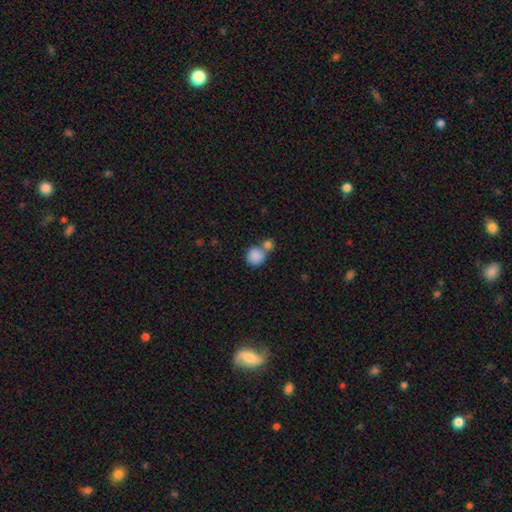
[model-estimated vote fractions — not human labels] This appears to be a smooth galaxy with no disk features (86%) that is round (87%). Merging: none (45%).